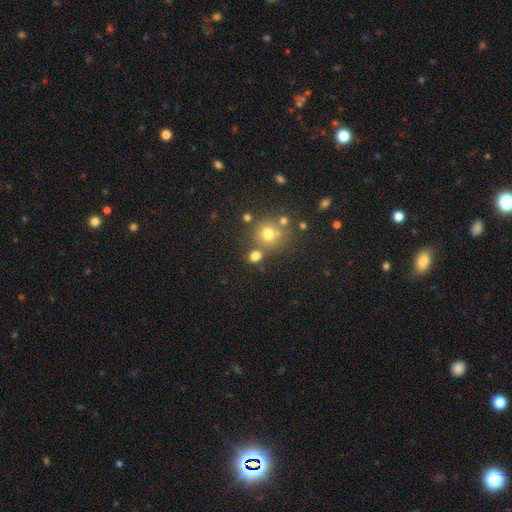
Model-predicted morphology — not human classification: smooth 69%, star or artifact 20%, featured or disk 12%. Down the decision tree: how rounded — round (81%); merging — none (63%).